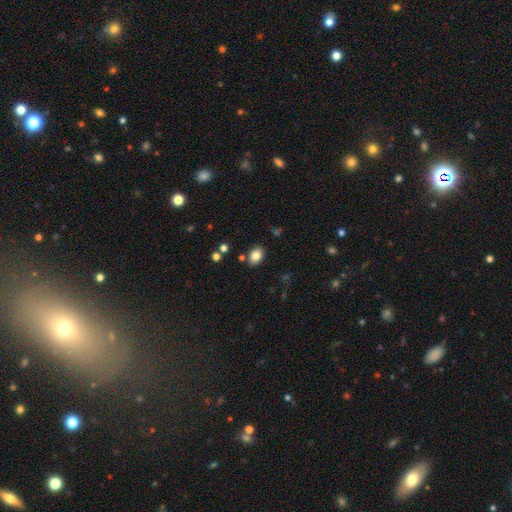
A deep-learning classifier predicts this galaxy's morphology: Q: Smooth or featured?
A: smooth (83%); runner-up: star or artifact (10%)
Q: How rounded?
A: in between (73%); runner-up: round (26%)
Q: Merging?
A: none (82%); runner-up: minor disturbance (11%)